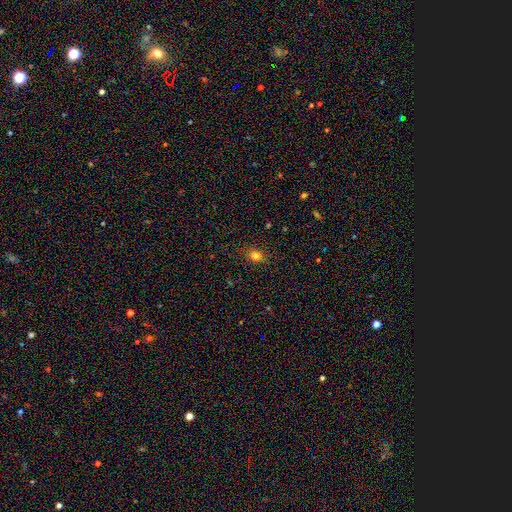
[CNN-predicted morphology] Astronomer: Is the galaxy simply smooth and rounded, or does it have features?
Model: smooth — 77%.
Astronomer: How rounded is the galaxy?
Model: round — 62%.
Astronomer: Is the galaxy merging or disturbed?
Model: none — 86%.